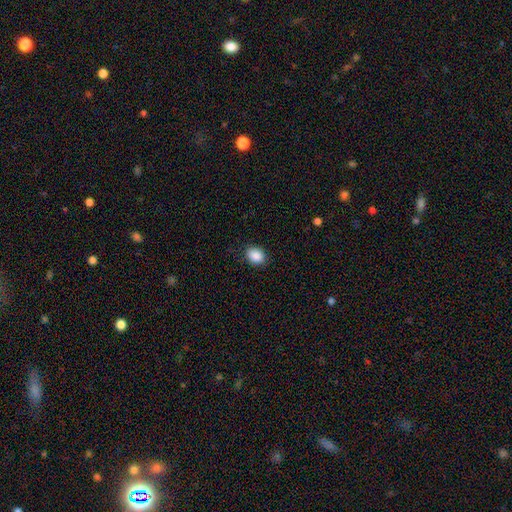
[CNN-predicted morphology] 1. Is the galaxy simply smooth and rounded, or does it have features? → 89% smooth, 8% star or artifact, 3% featured or disk.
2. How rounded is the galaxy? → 63% in between, 36% round, 1% cigar-shaped.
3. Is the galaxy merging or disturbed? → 88% none, 9% minor disturbance, 2% major disturbance, 1% merger.